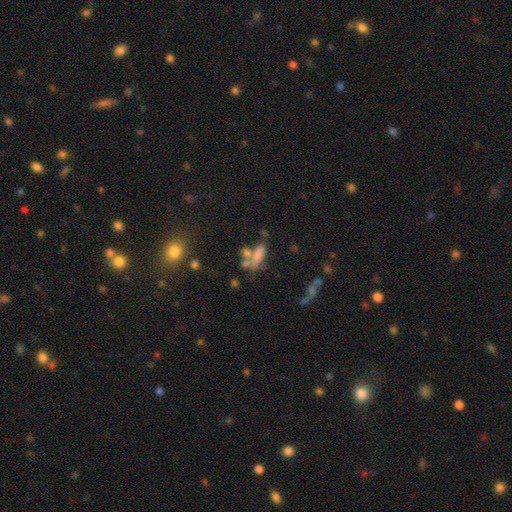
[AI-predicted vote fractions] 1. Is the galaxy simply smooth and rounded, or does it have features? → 65% smooth, 21% featured or disk, 15% star or artifact.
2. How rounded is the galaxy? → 66% in between, 28% cigar-shaped, 6% round.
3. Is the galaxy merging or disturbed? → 39% merger, 32% none, 15% minor disturbance, 14% major disturbance.